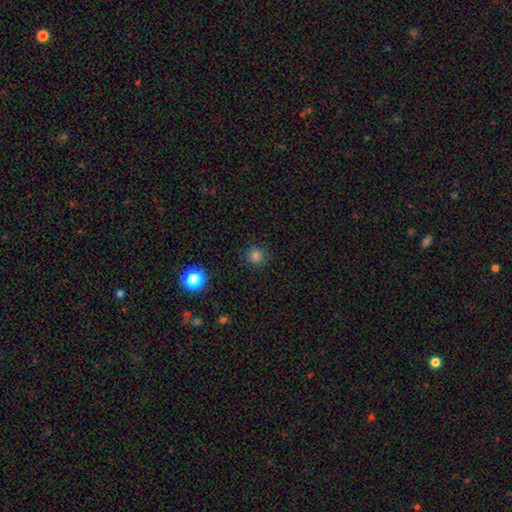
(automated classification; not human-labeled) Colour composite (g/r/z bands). It shows a smooth galaxy with no disk features (81%) that is round (90%). Merging: none (88%).